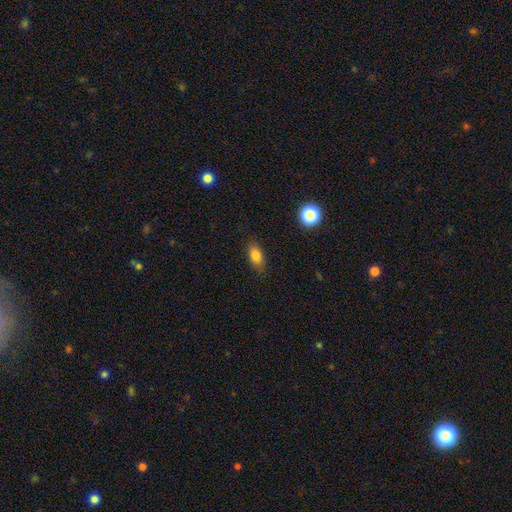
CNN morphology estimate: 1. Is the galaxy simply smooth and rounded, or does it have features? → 79% smooth, 11% featured or disk, 10% star or artifact.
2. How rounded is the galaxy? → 82% in between, 10% round, 8% cigar-shaped.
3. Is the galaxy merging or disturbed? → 81% none, 14% minor disturbance, 3% major disturbance, 1% merger.